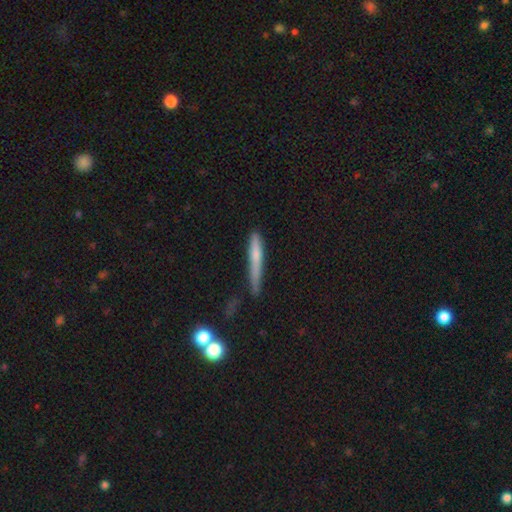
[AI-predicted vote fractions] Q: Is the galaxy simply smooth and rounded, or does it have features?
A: smooth — 63%.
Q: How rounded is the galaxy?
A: cigar-shaped — 93%.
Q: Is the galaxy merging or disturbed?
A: none — 61%.